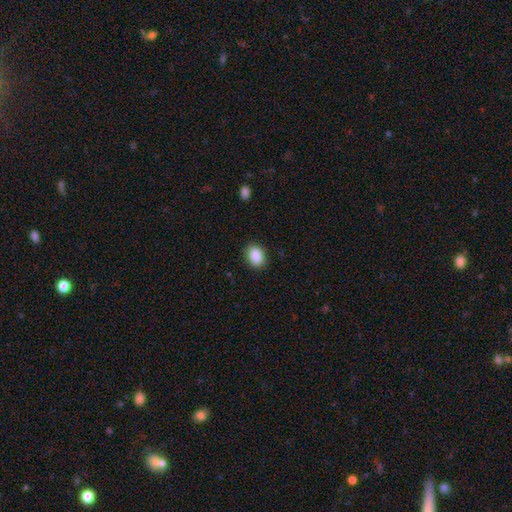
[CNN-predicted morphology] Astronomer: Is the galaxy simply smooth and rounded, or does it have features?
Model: smooth — 89%.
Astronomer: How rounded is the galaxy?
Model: in between — 73%.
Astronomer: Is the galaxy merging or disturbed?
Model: none — 87%.